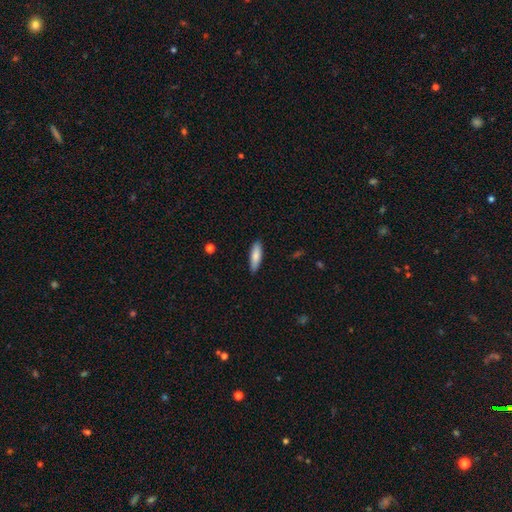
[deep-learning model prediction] This appears to be a smooth galaxy with no disk features (82%) that is cigar-shaped (50%). Merging: none (87%).